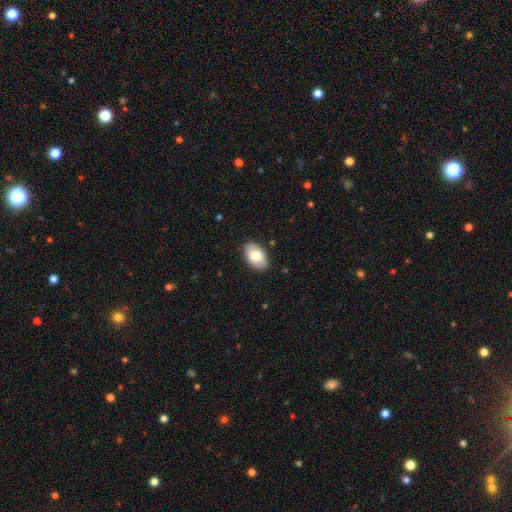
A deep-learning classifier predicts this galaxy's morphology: smooth-or-featured: smooth: 76% | featured or disk: 17% | star or artifact: 6%
  how-rounded: in between: 91% | round: 8% | cigar-shaped: 1%
  merging: none: 87% | minor disturbance: 10% | major disturbance: 2% | merger: 1%